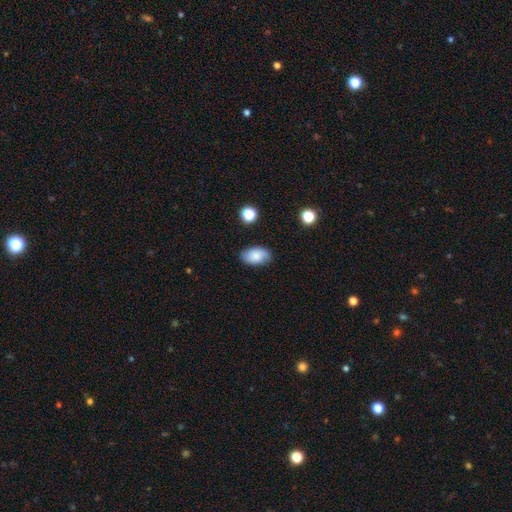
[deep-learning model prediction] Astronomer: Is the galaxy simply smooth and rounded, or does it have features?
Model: smooth — 78%.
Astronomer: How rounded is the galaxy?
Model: in between — 91%.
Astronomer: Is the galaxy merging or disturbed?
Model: none — 81%.